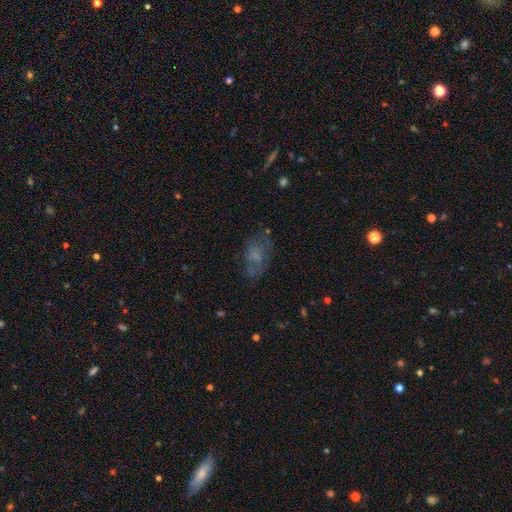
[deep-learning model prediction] A smooth galaxy with no disk features (50%). Merging: none (55%).